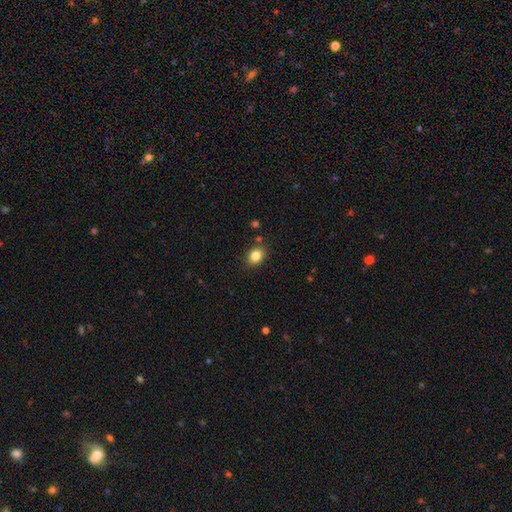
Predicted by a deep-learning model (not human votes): The model was most divided on "how rounded": in between: 57%, round: 41%, cigar-shaped: 1%. More confident: smooth or featured — smooth (84%); merging — none (83%).